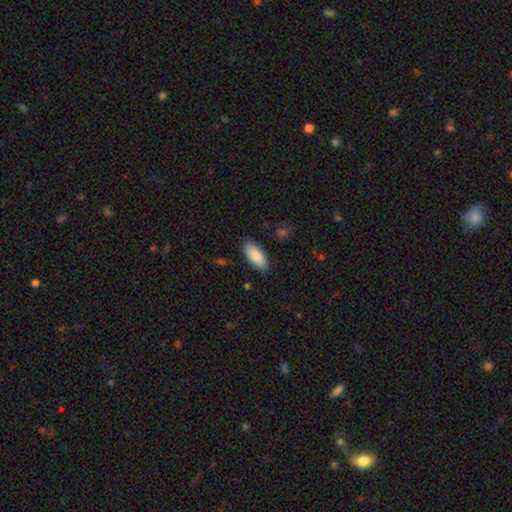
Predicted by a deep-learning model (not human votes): This appears to be a smooth galaxy with no disk features (88%) that is in between round and cigar-shaped (88%). Merging: none (87%).